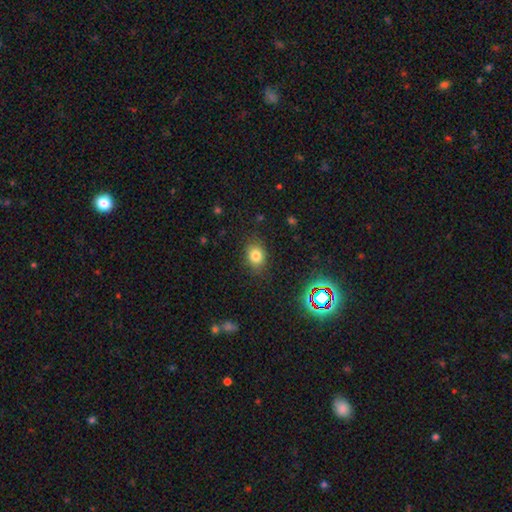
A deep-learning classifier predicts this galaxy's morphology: This is likely a smooth galaxy (79%). How rounded: possibly in between (52%). Merging: clearly none (82%).